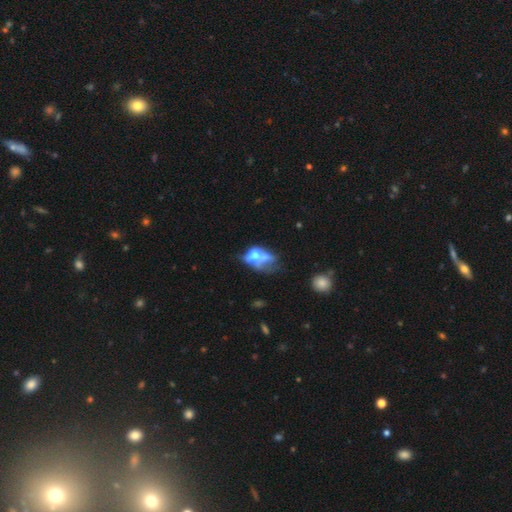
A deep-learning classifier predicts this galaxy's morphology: Smooth or featured? Predicted: smooth (p=0.45). Merging? Predicted: merger (p=0.45).